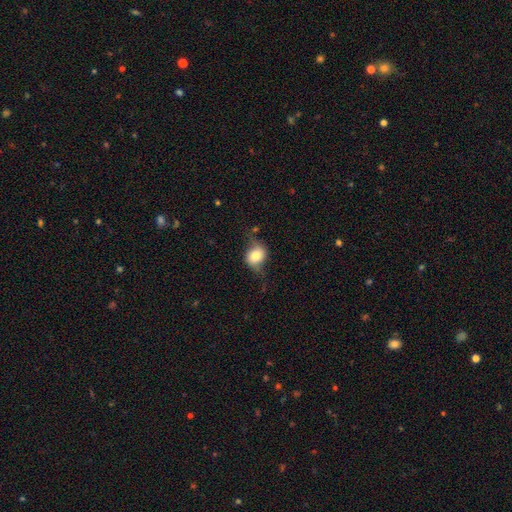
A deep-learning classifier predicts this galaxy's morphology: Overall: smooth (60%; featured or disk 31%). How rounded: round (54%; in between 44%). Merging: none (54%; minor disturbance 30%).